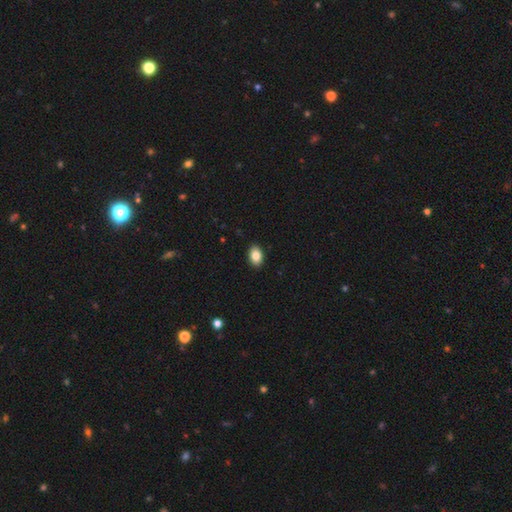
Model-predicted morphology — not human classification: The model was most divided on "how rounded": in between: 84%, round: 14%, cigar-shaped: 1%. More confident: merging — none (91%); smooth or featured — smooth (85%).